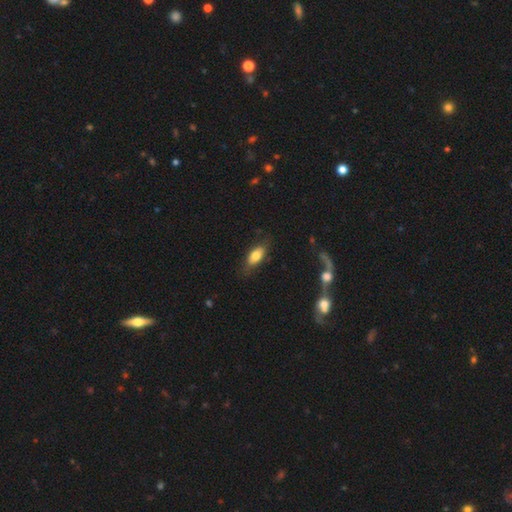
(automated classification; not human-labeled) smooth_or_featured: smooth (p=0.75) [alt: featured or disk p=0.19]
how_rounded: in between (p=0.83) [alt: cigar-shaped p=0.13]
merging: none (p=0.74) [alt: minor disturbance p=0.19]